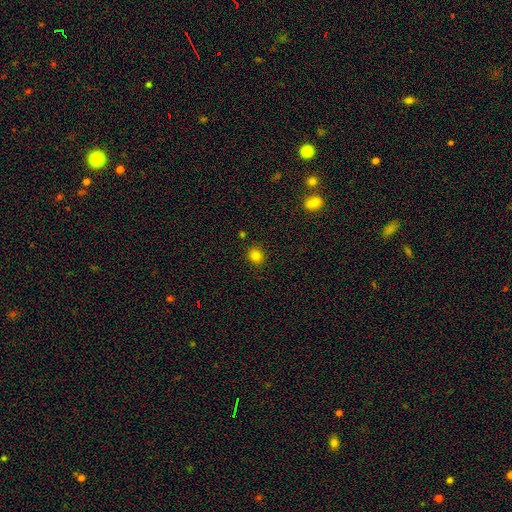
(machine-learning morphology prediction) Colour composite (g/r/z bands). It shows a smooth galaxy with no disk features (81%) that is round (83%). Merging: none (89%).